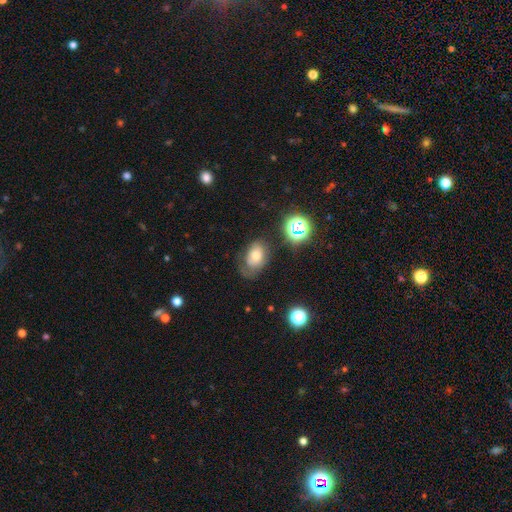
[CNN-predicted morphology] Smooth or featured: smooth — 60% (featured or disk — 26%)
How rounded: in between — 82% (round — 17%)
Merging: none — 47% (minor disturbance — 31%)